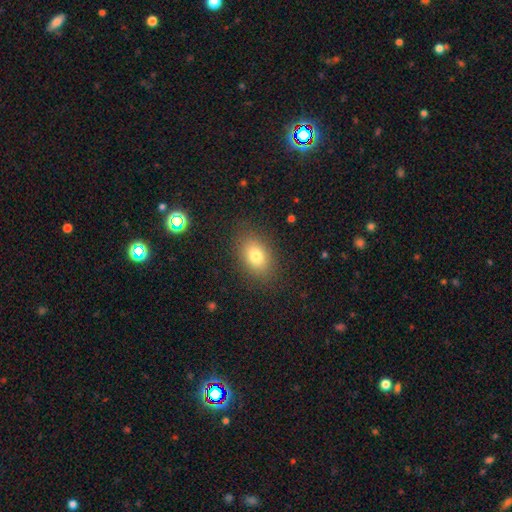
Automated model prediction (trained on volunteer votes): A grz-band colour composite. It shows a smooth galaxy with no disk features (78%) that is in between round and cigar-shaped (81%). Merging: none (85%).